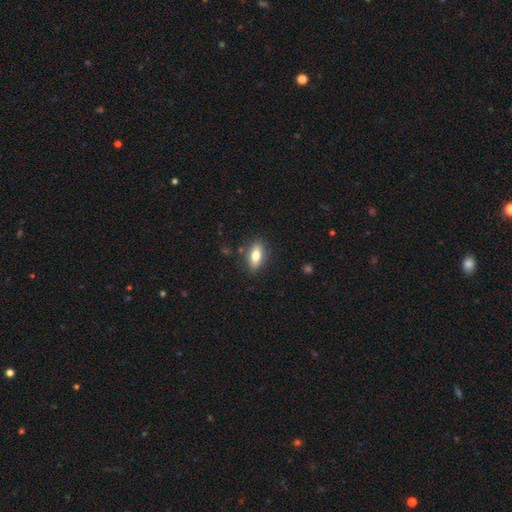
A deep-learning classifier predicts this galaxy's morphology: smooth 75%, featured or disk 18%, star or artifact 8%. Down the decision tree: how rounded — in between (82%); merging — none (84%).